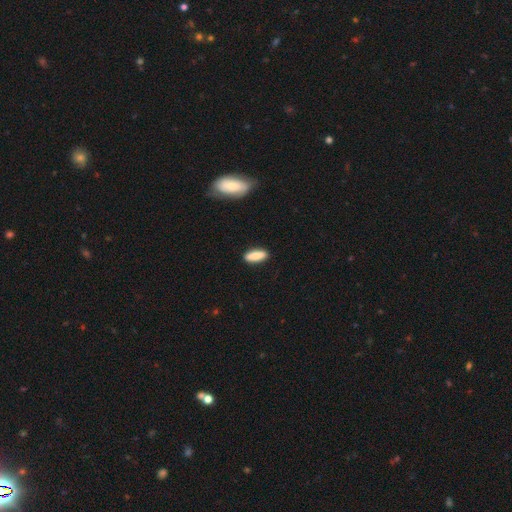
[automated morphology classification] smooth-or-featured: smooth: 83% | featured or disk: 11% | star or artifact: 6%
  how-rounded: in between: 64% | cigar-shaped: 33% | round: 2%
  merging: none: 88% | minor disturbance: 9% | major disturbance: 2% | merger: 2%